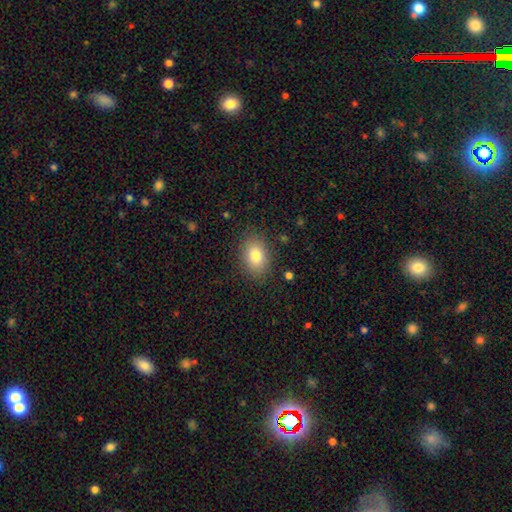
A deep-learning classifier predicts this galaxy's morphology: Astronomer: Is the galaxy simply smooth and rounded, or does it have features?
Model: smooth — 81%.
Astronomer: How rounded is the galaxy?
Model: in between — 75%.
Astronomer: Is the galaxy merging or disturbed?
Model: none — 86%.